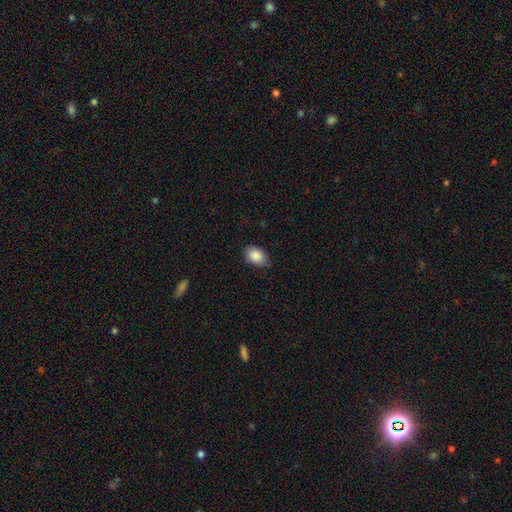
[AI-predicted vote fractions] This appears to be a smooth galaxy with no disk features (88%) that is in between round and cigar-shaped (81%). Merging: none (78%).